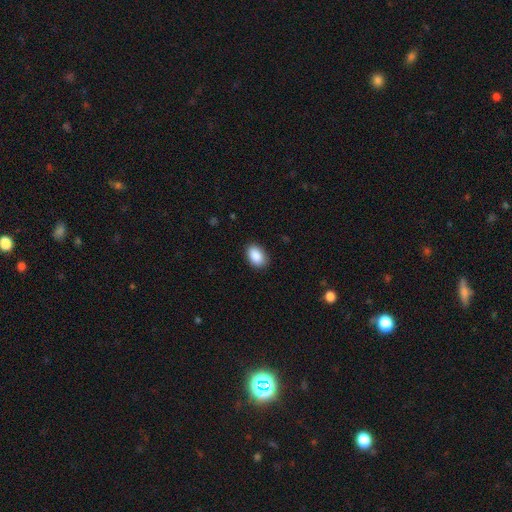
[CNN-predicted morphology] smooth 90%, star or artifact 7%, featured or disk 3%. Down the decision tree: how rounded — in between (89%); merging — none (87%).